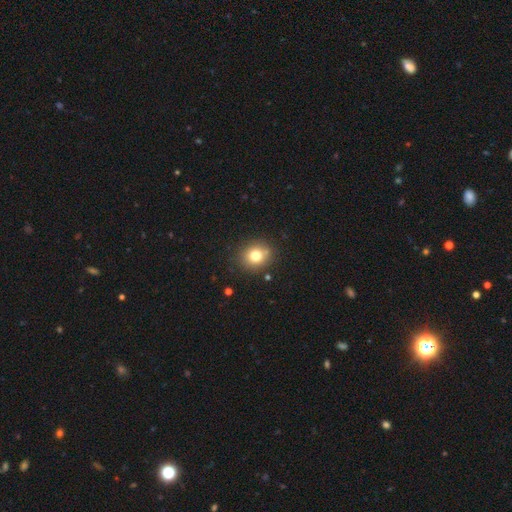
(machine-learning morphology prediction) Smooth or featured? Predicted: smooth (p=0.77). How rounded? Predicted: round (p=0.77). Merging? Predicted: none (p=0.82).